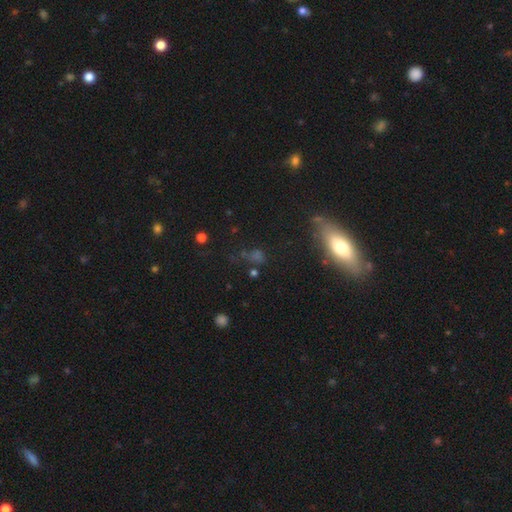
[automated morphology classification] This is possibly a smooth galaxy (48%). Merging: likely none (69%).